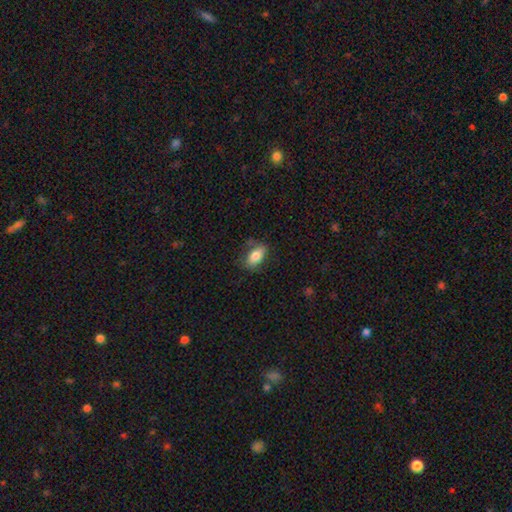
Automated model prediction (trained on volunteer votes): Q: Smooth or featured?
A: smooth (77%); runner-up: featured or disk (15%)
Q: How rounded?
A: in between (89%); runner-up: round (6%)
Q: Merging?
A: none (66%); runner-up: minor disturbance (23%)